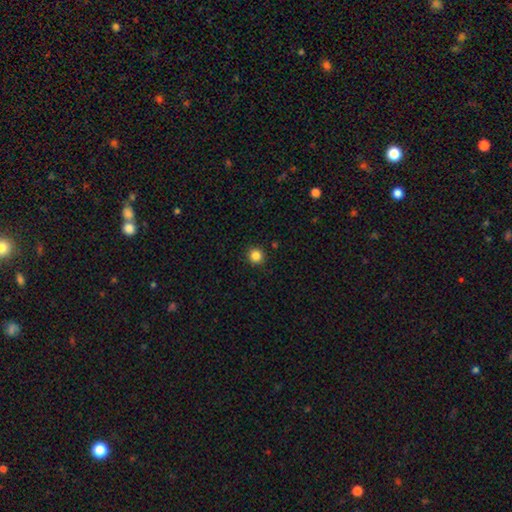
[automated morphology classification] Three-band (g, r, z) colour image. It shows a smooth galaxy with no disk features (85%) that is round (95%). Merging: none (92%).